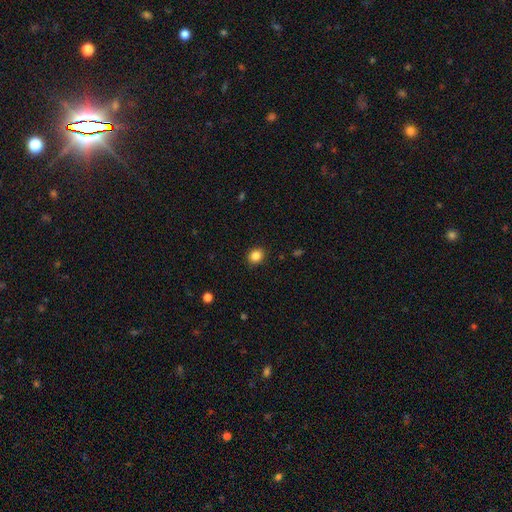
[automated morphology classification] Q: Smooth or featured?
A: smooth (86%); runner-up: star or artifact (10%)
Q: How rounded?
A: round (64%); runner-up: in between (35%)
Q: Merging?
A: none (90%); runner-up: minor disturbance (7%)